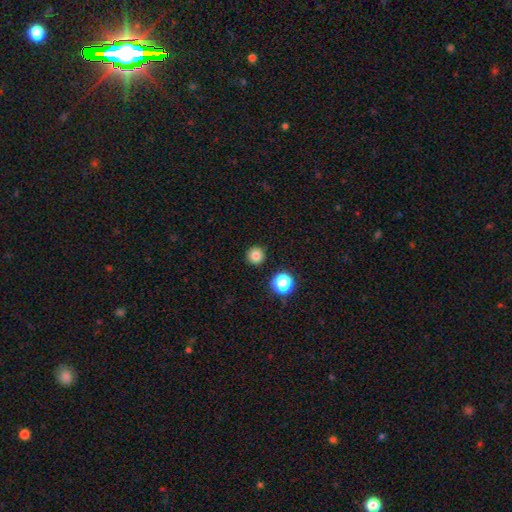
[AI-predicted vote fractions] smooth-or-featured: smooth: 81% | star or artifact: 14% | featured or disk: 5%
  how-rounded: round: 96% | in between: 3% | cigar-shaped: 1%
  merging: none: 92% | minor disturbance: 5% | major disturbance: 2% | merger: 2%